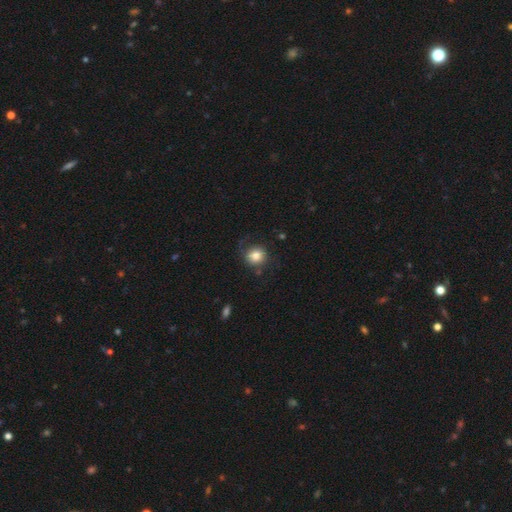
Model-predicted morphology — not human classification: type=smooth (81%); roundness=round (86%); merging=none (71%).